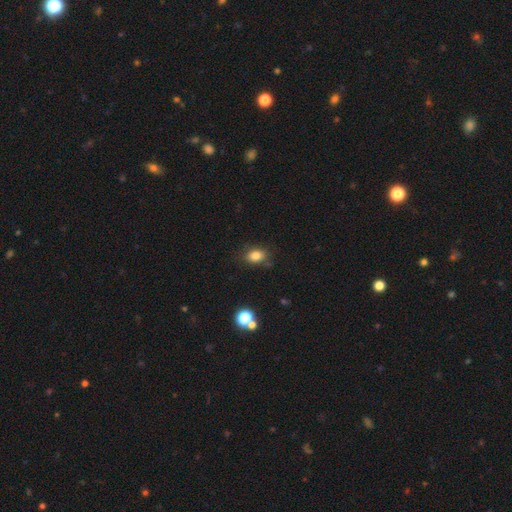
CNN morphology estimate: This is clearly a smooth galaxy (82%). How rounded: likely in between (71%). Merging: likely none (78%).